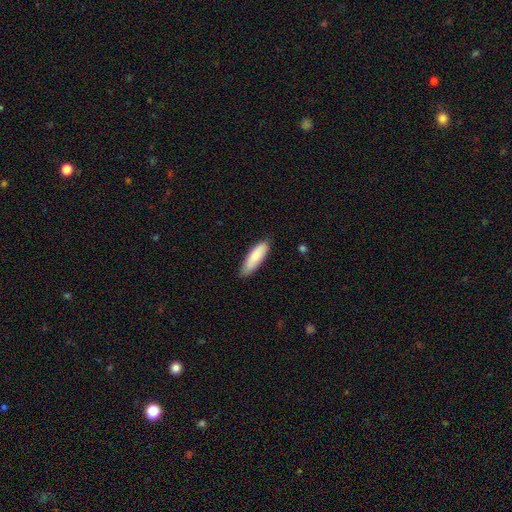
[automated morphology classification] Smooth or featured?
  - smooth: 85% *
  - featured or disk: 9%
  - star or artifact: 5%
How rounded?
  - cigar-shaped: 53% *
  - in between: 45%
  - round: 1%
Merging?
  - none: 77% *
  - minor disturbance: 19%
  - major disturbance: 3%
  - merger: 1%